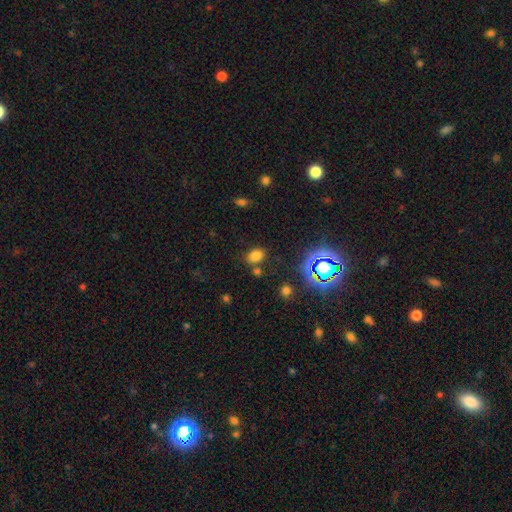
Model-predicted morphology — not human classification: smooth 72%, star or artifact 21%, featured or disk 7%. Down the decision tree: how rounded — in between (74%); merging — none (76%).